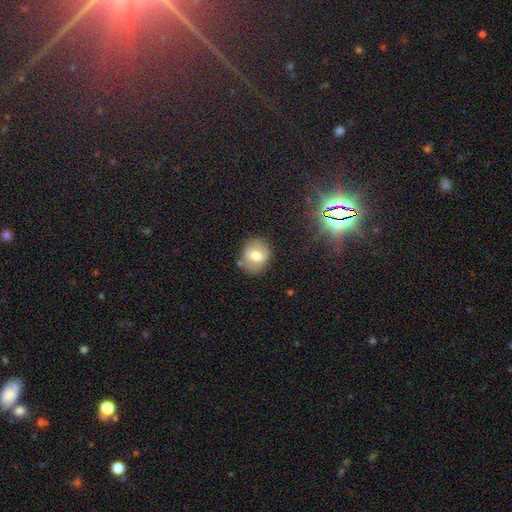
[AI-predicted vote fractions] The model was most divided on "smooth or featured": smooth: 63%, featured or disk: 27%, star or artifact: 10%. More confident: merging — none (77%); how rounded — round (69%).